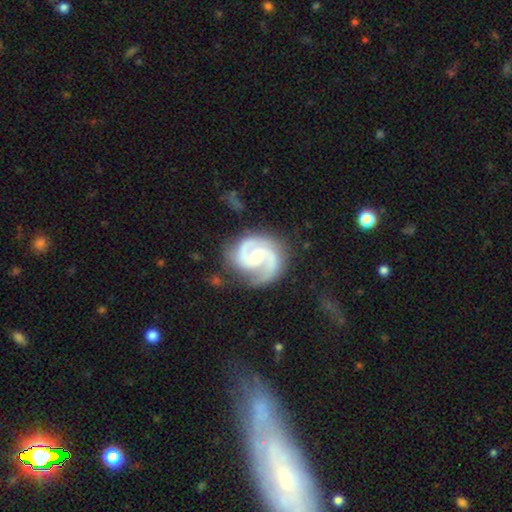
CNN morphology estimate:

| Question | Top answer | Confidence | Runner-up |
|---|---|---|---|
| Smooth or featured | featured or disk | 92% | smooth (4%) |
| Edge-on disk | no | 98% | yes (2%) |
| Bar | no | 52% | weak (39%) |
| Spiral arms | yes | 98% | no (2%) |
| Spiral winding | medium | 55% | tight (36%) |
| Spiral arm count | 2 | 91% | 3 (3%) |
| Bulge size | moderate | 48% | small (47%) |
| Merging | none | 77% | minor disturbance (16%) |